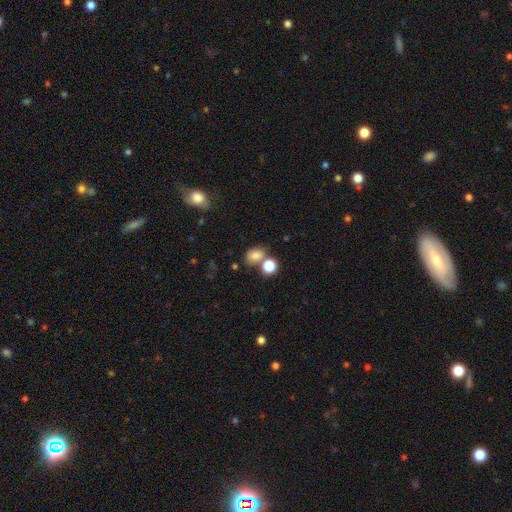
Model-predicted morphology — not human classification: Smooth or featured? smooth (78%)
How rounded? in between (62%)
Merging? none (56%)